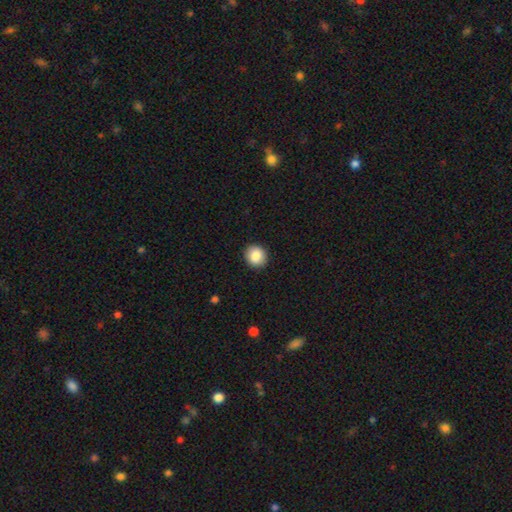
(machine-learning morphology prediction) The model was most divided on "how rounded": round: 86%, in between: 13%, cigar-shaped: 1%. More confident: merging — none (92%); smooth or featured — smooth (85%).